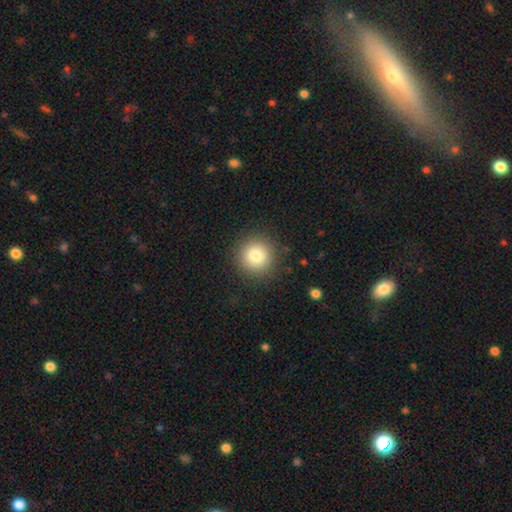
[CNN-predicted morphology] Smooth or featured: smooth — 82% (star or artifact — 10%)
How rounded: round — 94% (in between — 5%)
Merging: none — 89% (minor disturbance — 7%)